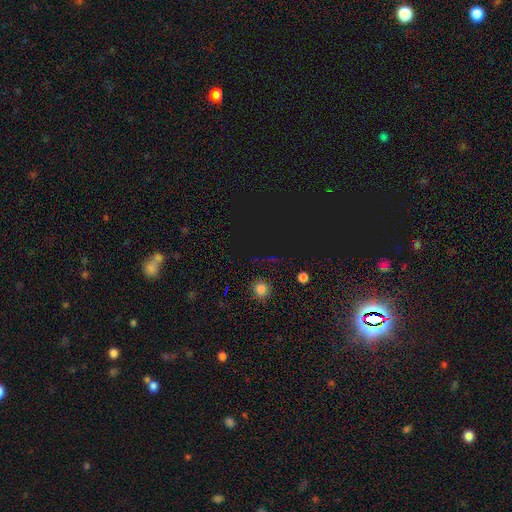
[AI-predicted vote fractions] Smooth or featured? Predicted: star or artifact (p=0.62).